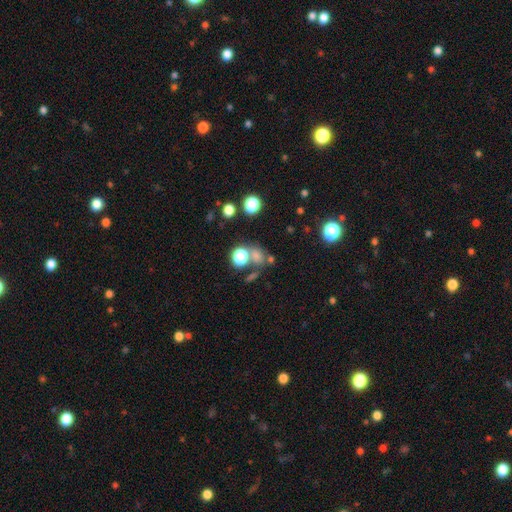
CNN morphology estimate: smooth_or_featured: smooth (p=0.65) [alt: star or artifact p=0.25]
how_rounded: round (p=0.57) [alt: in between p=0.41]
merging: none (p=0.52) [alt: merger p=0.28]